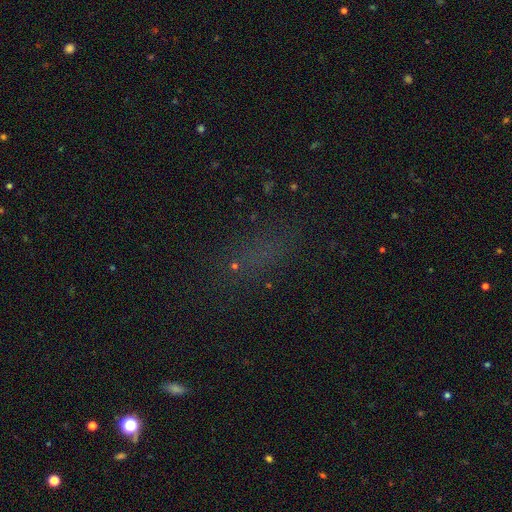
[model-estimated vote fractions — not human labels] Smooth or featured: star or artifact — 49% (smooth — 37%)